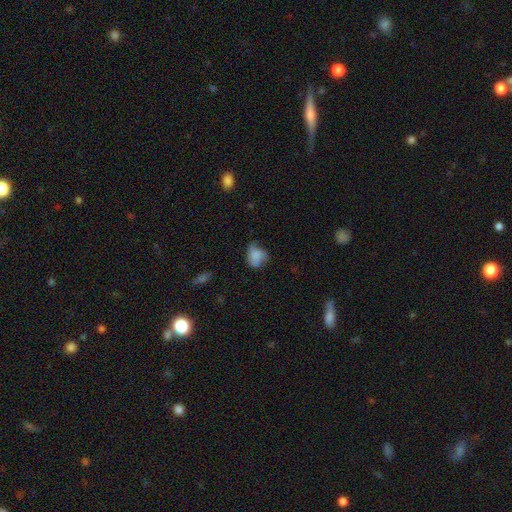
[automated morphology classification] smooth-or-featured: smooth: 66% | featured or disk: 24% | star or artifact: 10%
  how-rounded: in between: 50% | round: 49% | cigar-shaped: 1%
  merging: none: 46% | minor disturbance: 32% | major disturbance: 19% | merger: 3%